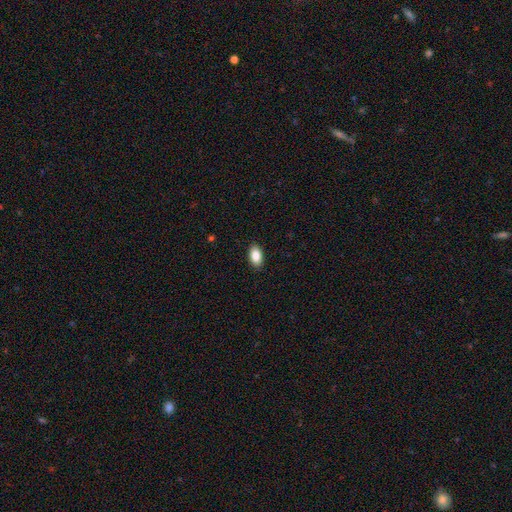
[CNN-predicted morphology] Q: Smooth or featured?
A: smooth (87%); runner-up: star or artifact (7%)
Q: How rounded?
A: in between (93%); runner-up: round (5%)
Q: Merging?
A: none (90%); runner-up: minor disturbance (7%)